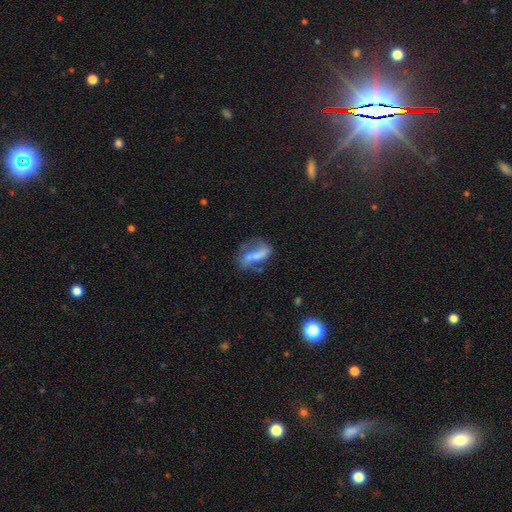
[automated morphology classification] Smooth or featured? Predicted: featured or disk (p=0.51). Edge-on disk? Predicted: no (p=0.89). Merging? Predicted: none (p=0.40).